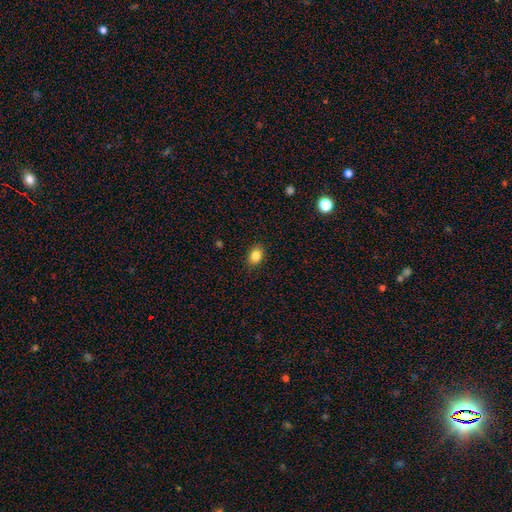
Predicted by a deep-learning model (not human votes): This is clearly a smooth galaxy (85%). How rounded: likely in between (70%). Merging: clearly none (88%).